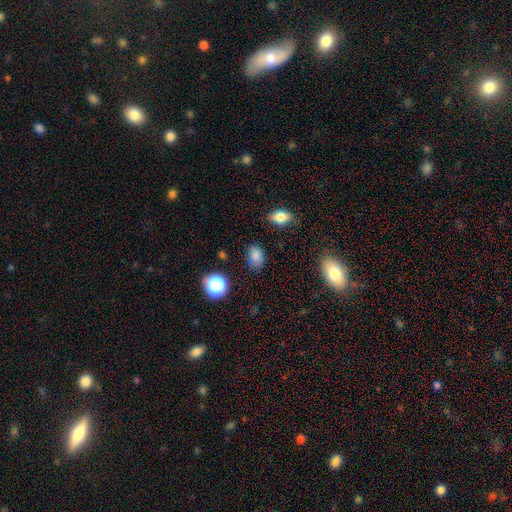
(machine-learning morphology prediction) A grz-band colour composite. It shows a smooth galaxy with no disk features (80%) that is in between round and cigar-shaped (72%). Merging: none (78%).